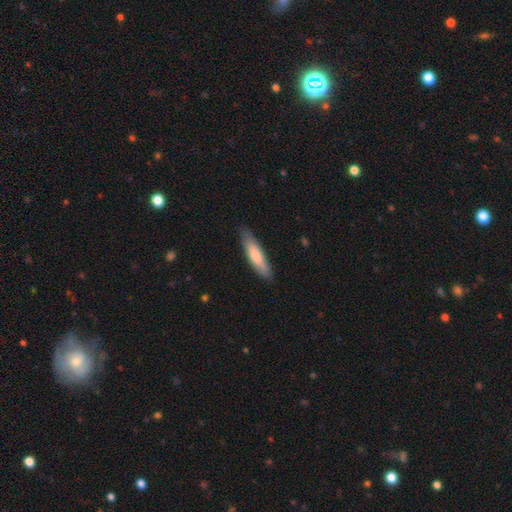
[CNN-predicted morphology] This appears to be a smooth galaxy with no disk features (77%) that is cigar-shaped (72%). Merging: none (83%).